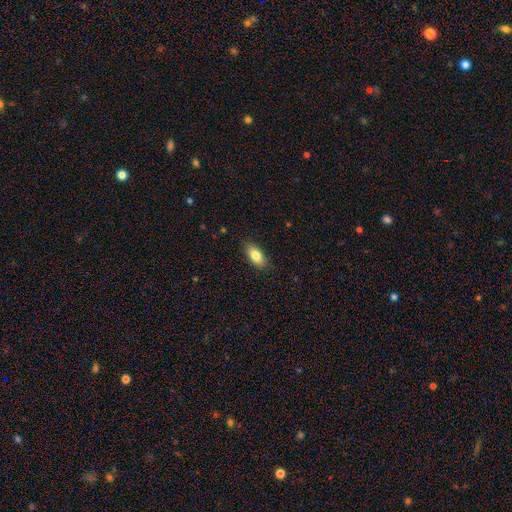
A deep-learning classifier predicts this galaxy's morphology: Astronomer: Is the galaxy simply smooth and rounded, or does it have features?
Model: smooth — 83%.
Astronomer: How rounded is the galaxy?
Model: in between — 89%.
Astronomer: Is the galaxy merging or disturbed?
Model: none — 85%.